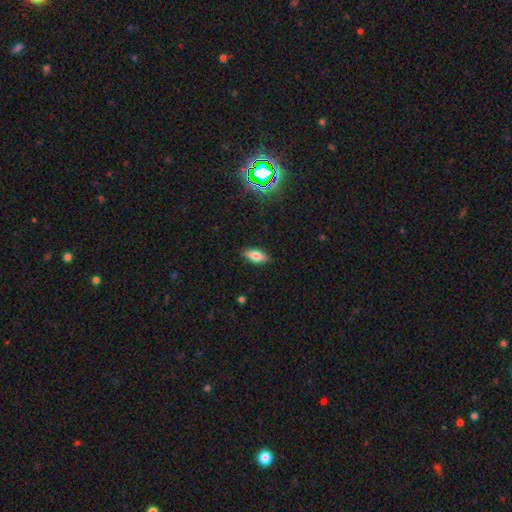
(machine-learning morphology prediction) This is likely a smooth galaxy (77%). How rounded: clearly in between (81%). Merging: clearly none (89%).